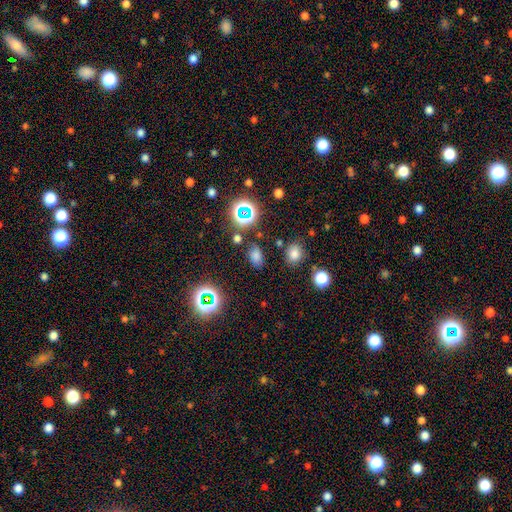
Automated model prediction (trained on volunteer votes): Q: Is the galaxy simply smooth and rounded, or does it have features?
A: smooth — 66%.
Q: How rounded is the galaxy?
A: in between — 80%.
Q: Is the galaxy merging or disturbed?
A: none — 76%.